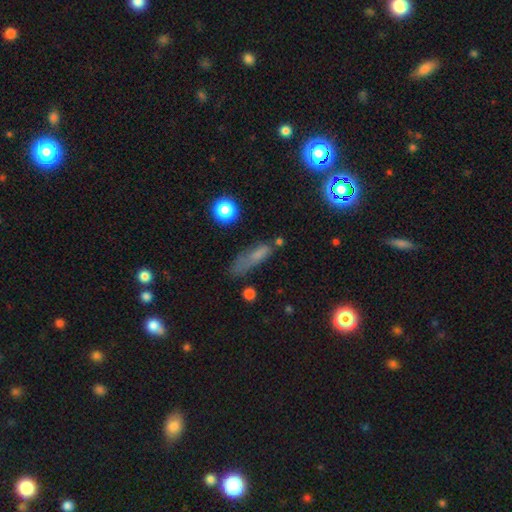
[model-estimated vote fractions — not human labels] Smooth or featured?
  - smooth: 63% *
  - star or artifact: 19%
  - featured or disk: 18%
How rounded?
  - cigar-shaped: 64% *
  - in between: 31%
  - round: 5%
Merging?
  - none: 51% *
  - minor disturbance: 28%
  - major disturbance: 16%
  - merger: 6%